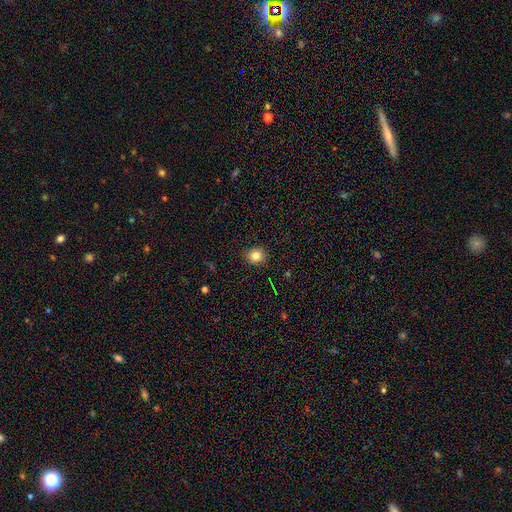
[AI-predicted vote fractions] This is clearly a smooth galaxy (82%). How rounded: likely round (79%). Merging: clearly none (90%).